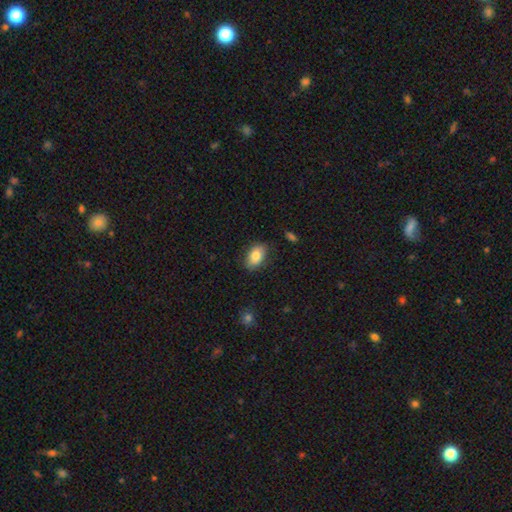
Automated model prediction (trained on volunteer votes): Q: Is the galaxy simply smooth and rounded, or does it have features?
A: smooth — 82%.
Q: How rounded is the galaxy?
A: in between — 90%.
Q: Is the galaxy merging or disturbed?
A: none — 82%.